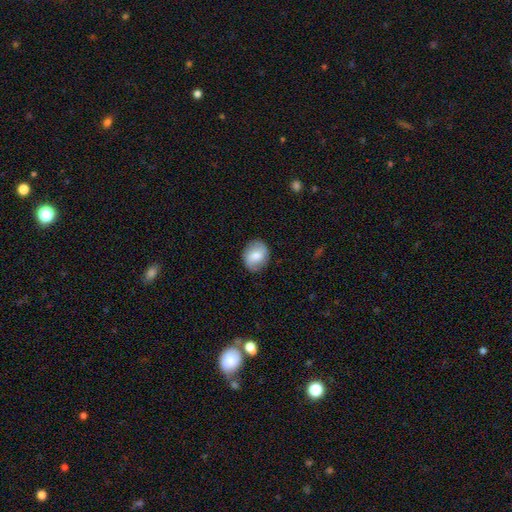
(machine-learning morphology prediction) smooth 63%, featured or disk 30%, star or artifact 8%. Down the decision tree: how rounded — round (59%); merging — none (84%).